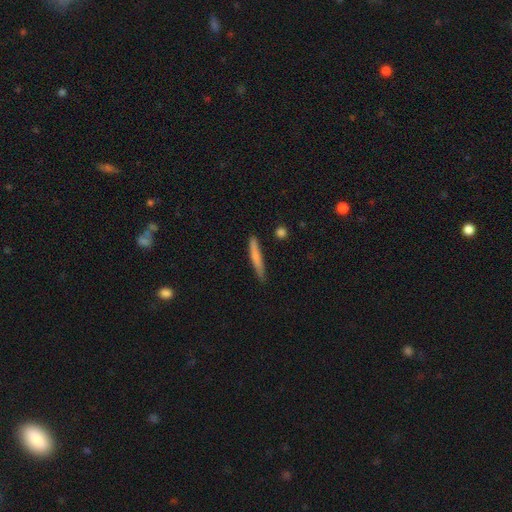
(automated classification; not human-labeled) A smooth galaxy with no disk features (69%) that is cigar-shaped (95%). Merging: none (82%).